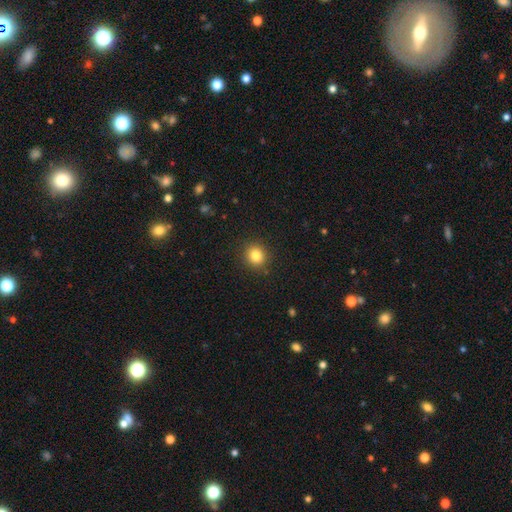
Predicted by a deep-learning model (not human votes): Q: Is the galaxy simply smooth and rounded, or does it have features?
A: smooth — 83%.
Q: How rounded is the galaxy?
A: round — 87%.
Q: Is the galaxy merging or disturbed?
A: none — 90%.